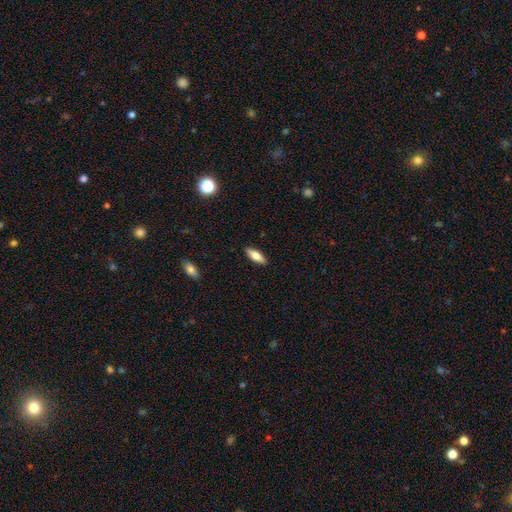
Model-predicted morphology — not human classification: smooth 69%, featured or disk 25%, star or artifact 6%. Down the decision tree: how rounded — in between (61%); merging — none (89%).